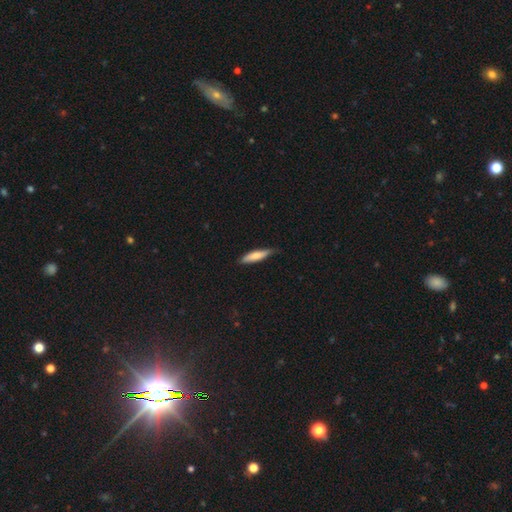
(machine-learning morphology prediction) type=smooth (71%); roundness=cigar-shaped (74%); merging=none (71%).